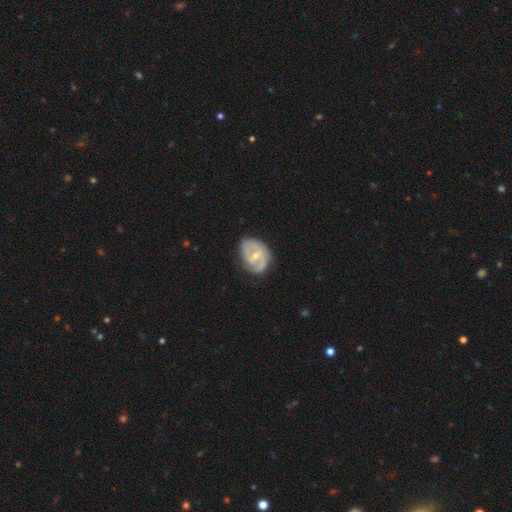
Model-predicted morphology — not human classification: A featured or disk galaxy (72%) with a weak bar (53%), 2 (60%) medium (42%) spiral arms (80%) and a small central bulge (52%).

Vote fractions:
- Smooth or featured? featured or disk: 72% / smooth: 23% / star or artifact: 5%
- Edge-on disk? no: 97% / yes: 3%
- Bar? weak: 53% / no: 30% / strong: 17%
- Spiral arms? yes: 80% / no: 20%
- Spiral winding? medium: 42% / tight: 36% / loose: 23%
- Spiral arm count? 2: 60% / can't tell: 21% / 1: 11% / 3: 5% / 4: 2% / more than 4: 1%
- Bulge size? small: 52% / moderate: 43% / none: 3% / large: 1% / dominant: 1%
- Merging? none: 62% / minor disturbance: 26% / major disturbance: 10% / merger: 2%